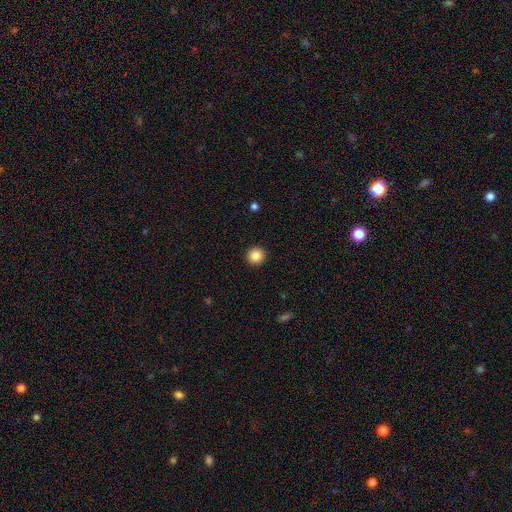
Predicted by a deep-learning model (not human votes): Smooth or featured? Predicted: smooth (p=0.86). How rounded? Predicted: round (p=0.95). Merging? Predicted: none (p=0.93).